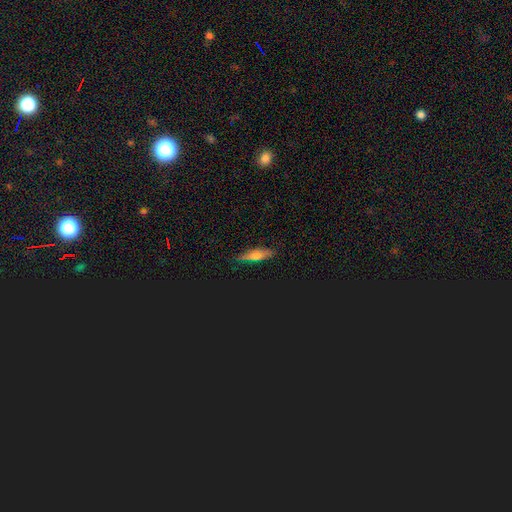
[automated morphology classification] smooth_or_featured: smooth (p=0.54) [alt: featured or disk p=0.26]
how_rounded: cigar-shaped (p=0.48) [alt: in between p=0.46]
merging: none (p=0.82) [alt: minor disturbance p=0.13]